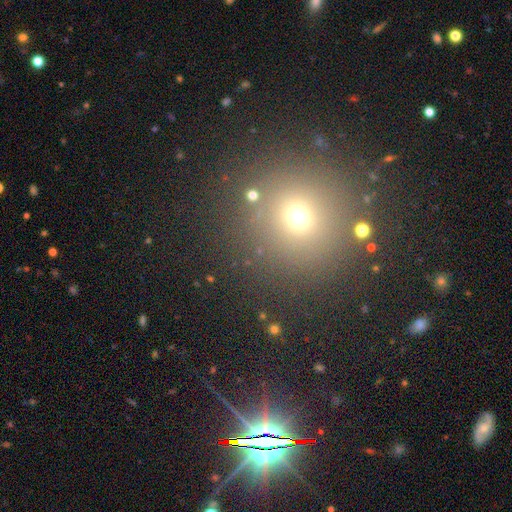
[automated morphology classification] The model was most divided on "smooth or featured": smooth: 50%, star or artifact: 41%, featured or disk: 9%. More confident: how rounded — round (94%); merging — none (87%).